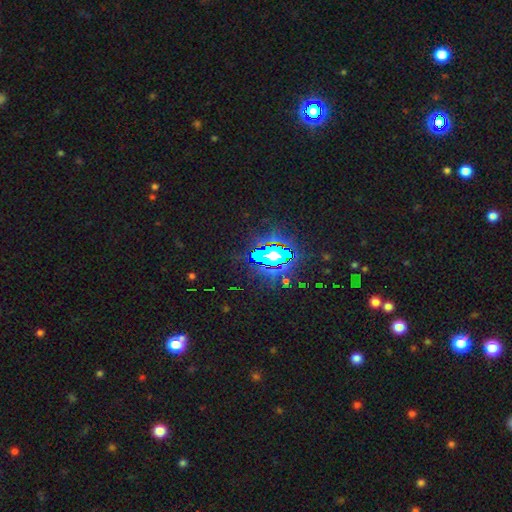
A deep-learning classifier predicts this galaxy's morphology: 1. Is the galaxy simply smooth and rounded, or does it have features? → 81% star or artifact, 11% smooth, 8% featured or disk.